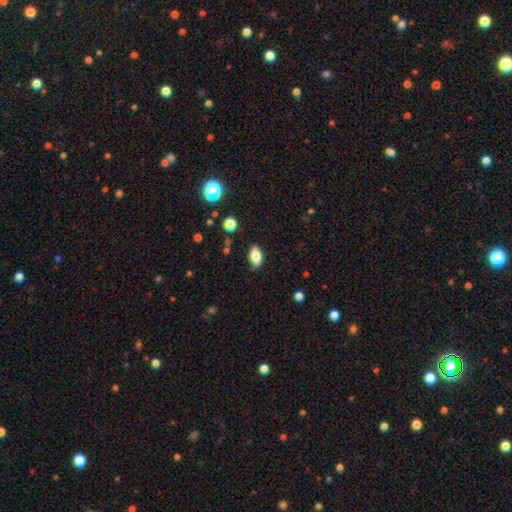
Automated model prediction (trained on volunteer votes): Smooth or featured: smooth — 81% (featured or disk — 10%)
How rounded: in between — 89% (cigar-shaped — 7%)
Merging: none — 83% (minor disturbance — 12%)